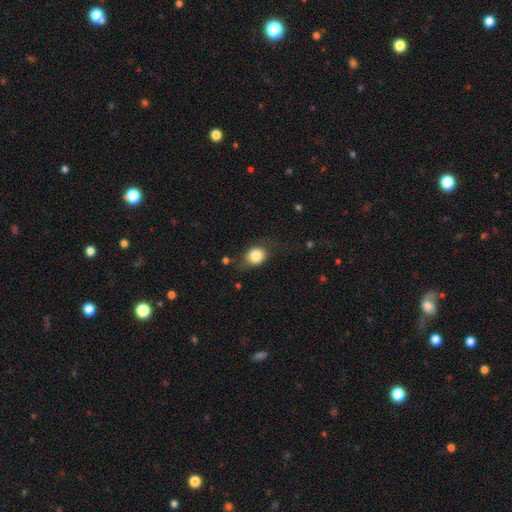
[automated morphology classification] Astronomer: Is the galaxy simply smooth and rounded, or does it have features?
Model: smooth — 80%.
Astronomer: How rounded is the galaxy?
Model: round — 59% (runner-up: in between, 39%).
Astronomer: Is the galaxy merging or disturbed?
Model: none — 64%.